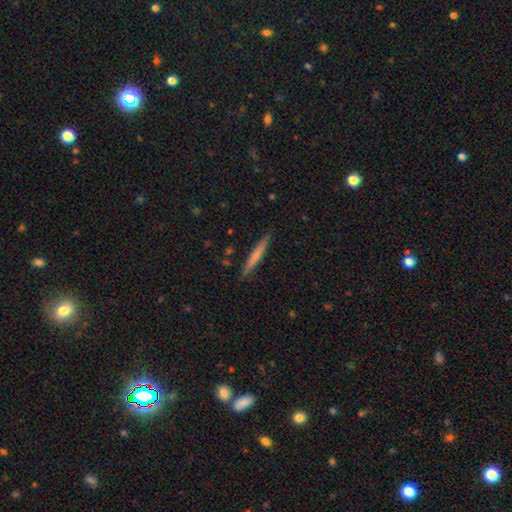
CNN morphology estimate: smooth_or_featured: smooth (p=0.59) [alt: featured or disk p=0.35]
how_rounded: cigar-shaped (p=0.95) [alt: in between p=0.03]
merging: none (p=0.88) [alt: minor disturbance p=0.09]